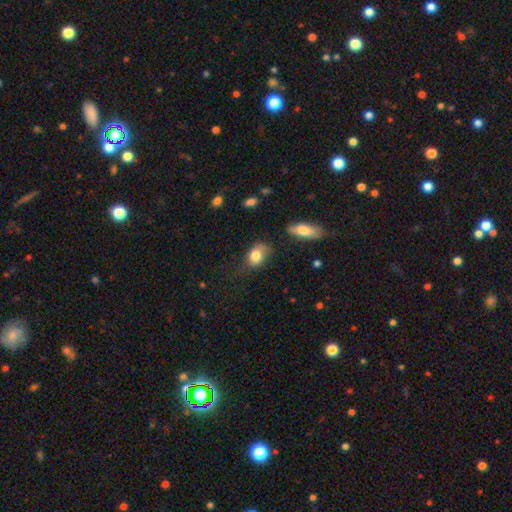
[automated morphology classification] A smooth galaxy with no disk features (80%) that is in between round and cigar-shaped (73%).

Vote fractions:
- Smooth or featured? smooth: 80% / featured or disk: 12% / star or artifact: 8%
- How rounded? in between: 73% / round: 26% / cigar-shaped: 2%
- Merging? none: 44% / minor disturbance: 34% / major disturbance: 17% / merger: 4%